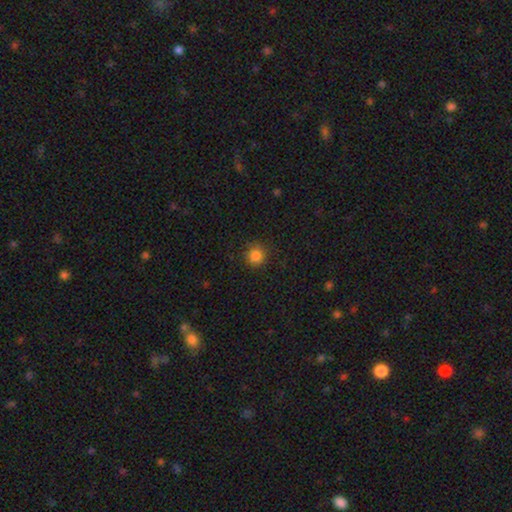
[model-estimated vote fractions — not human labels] Q: Smooth or featured?
A: smooth (85%); runner-up: star or artifact (12%)
Q: How rounded?
A: round (91%); runner-up: in between (8%)
Q: Merging?
A: none (86%); runner-up: minor disturbance (10%)